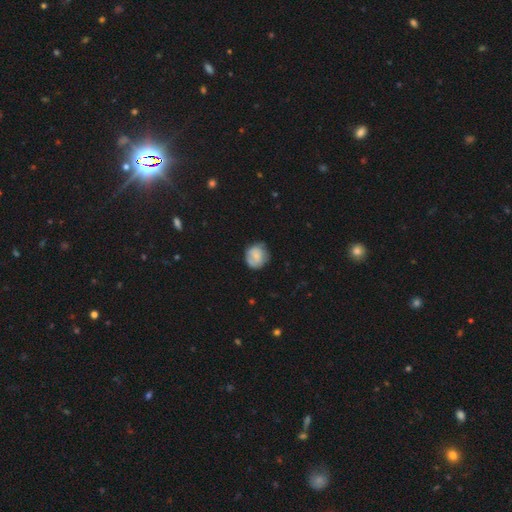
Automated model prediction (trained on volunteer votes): The model was most divided on "merging": none: 64%, minor disturbance: 26%, major disturbance: 8%, merger: 2%. More confident: how rounded — round (79%); smooth or featured — smooth (71%).